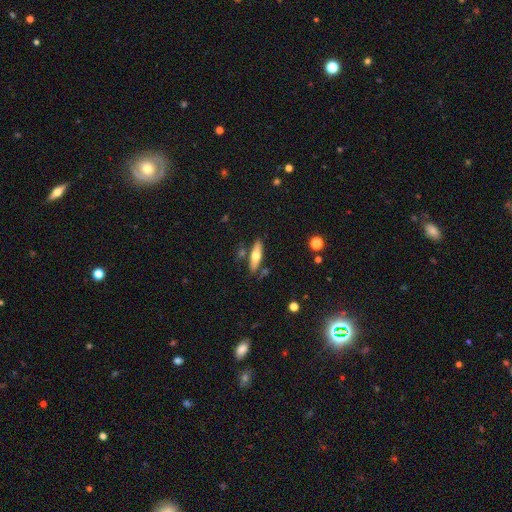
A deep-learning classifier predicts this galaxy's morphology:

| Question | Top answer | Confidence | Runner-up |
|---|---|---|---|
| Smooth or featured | smooth | 56% | featured or disk (38%) |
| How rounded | cigar-shaped | 55% | in between (42%) |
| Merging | none | 77% | minor disturbance (13%) |